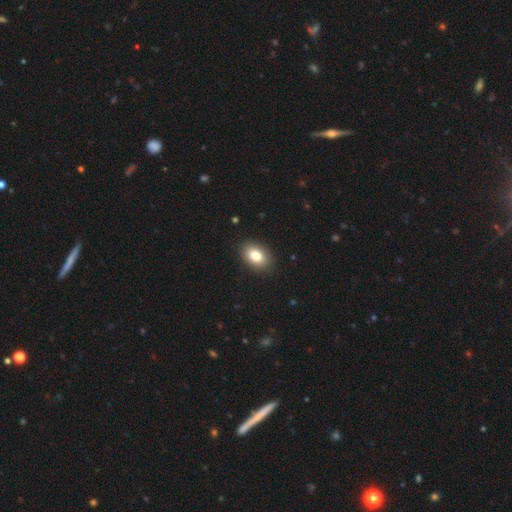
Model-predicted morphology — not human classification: Smooth or featured?
  - smooth: 84% *
  - featured or disk: 8%
  - star or artifact: 8%
How rounded?
  - in between: 85% *
  - round: 13%
  - cigar-shaped: 1%
Merging?
  - none: 89% *
  - minor disturbance: 8%
  - major disturbance: 2%
  - merger: 1%